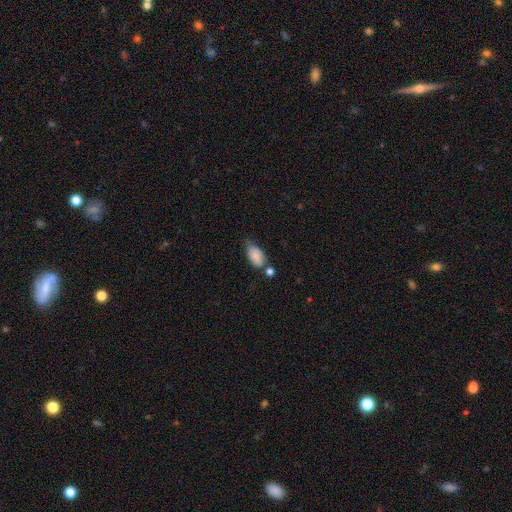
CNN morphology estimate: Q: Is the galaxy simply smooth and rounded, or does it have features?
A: smooth — 85%.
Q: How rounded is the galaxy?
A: in between — 92%.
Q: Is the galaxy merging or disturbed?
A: none — 46%.